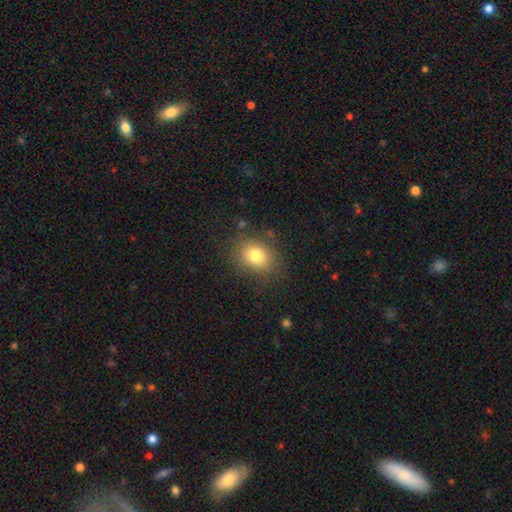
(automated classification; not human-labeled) smooth_or_featured: smooth (p=0.79) [alt: star or artifact p=0.11]
how_rounded: round (p=0.55) [alt: in between p=0.44]
merging: none (p=0.81) [alt: minor disturbance p=0.12]